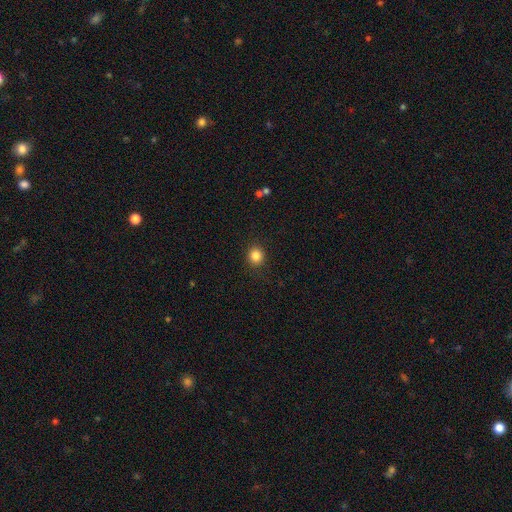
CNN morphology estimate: The model was most divided on "how rounded": round: 86%, in between: 13%, cigar-shaped: 1%. More confident: merging — none (90%); smooth or featured — smooth (84%).